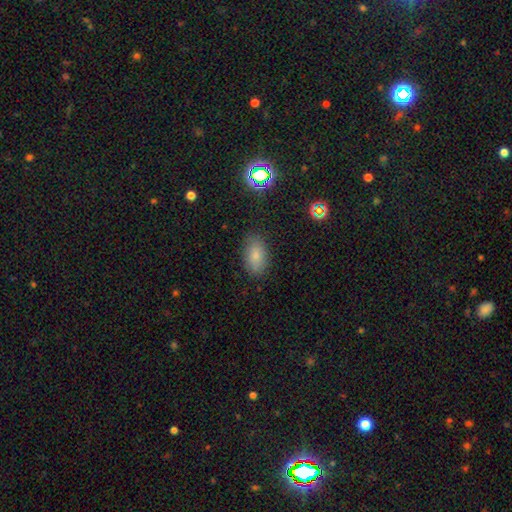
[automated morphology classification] This appears to be a smooth galaxy with no disk features (80%) that is in between round and cigar-shaped (90%). Merging: none (82%).